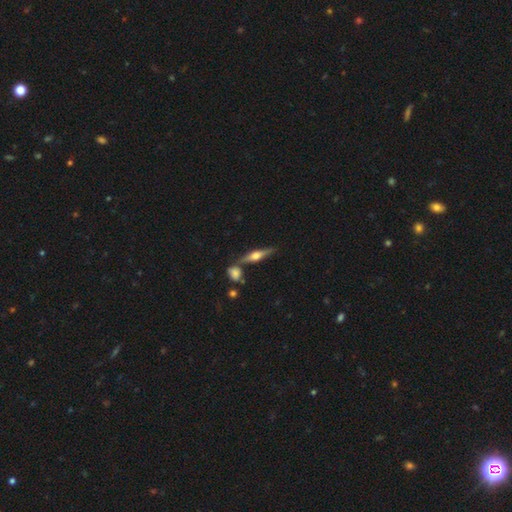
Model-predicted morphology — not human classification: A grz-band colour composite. It shows a featured or disk galaxy (67%) viewed edge-on (96%) with a rounded central bulge (91%). Merging: none (75%).